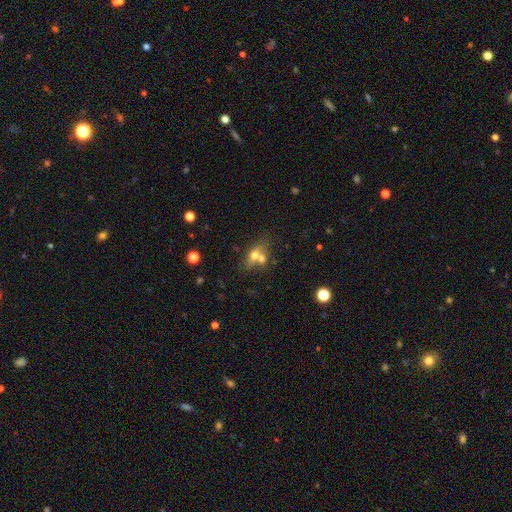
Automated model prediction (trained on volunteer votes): smooth 58%, featured or disk 29%, star or artifact 13%. Down the decision tree: how rounded — in between (60%); merging — merger (48%).